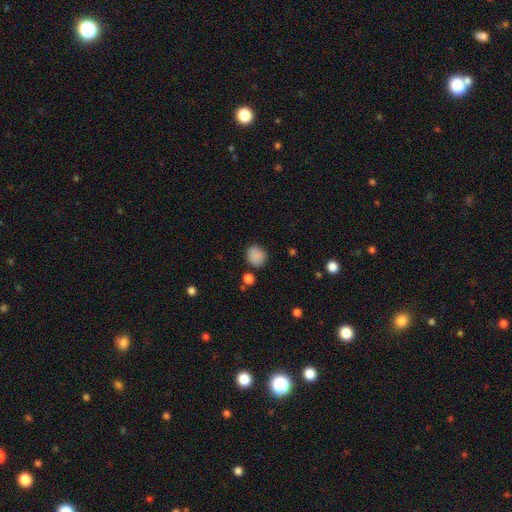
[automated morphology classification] Smooth or featured? Predicted: smooth (p=0.86). How rounded? Predicted: round (p=0.78). Merging? Predicted: none (p=0.79).